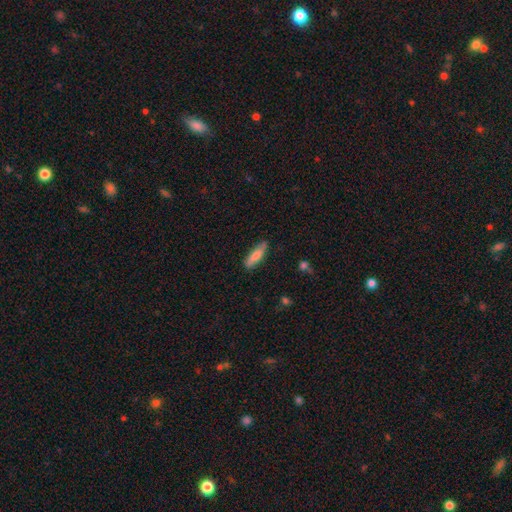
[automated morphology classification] Smooth or featured: smooth — 76% (featured or disk — 18%)
How rounded: cigar-shaped — 65% (in between — 34%)
Merging: none — 81% (minor disturbance — 15%)